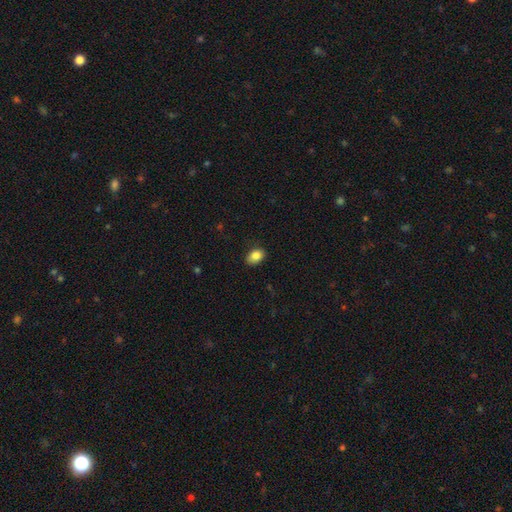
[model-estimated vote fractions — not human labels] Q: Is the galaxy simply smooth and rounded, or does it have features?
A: smooth — 87%.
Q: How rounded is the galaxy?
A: in between — 81%.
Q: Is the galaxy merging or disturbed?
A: none — 85%.